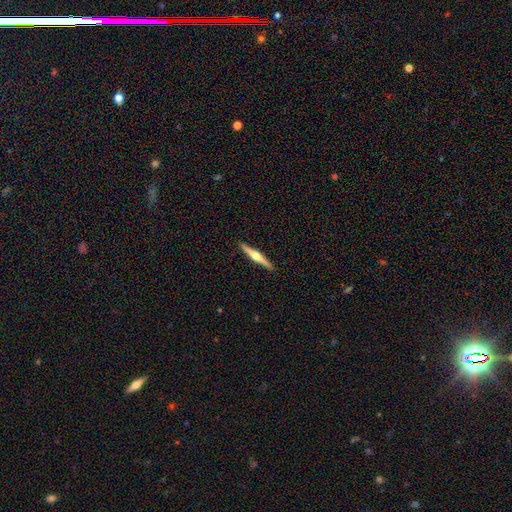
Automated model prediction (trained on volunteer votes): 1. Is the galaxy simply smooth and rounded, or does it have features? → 70% featured or disk, 25% smooth, 5% star or artifact.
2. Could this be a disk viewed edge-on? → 98% yes, 2% no.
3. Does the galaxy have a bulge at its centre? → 92% rounded, 4% boxy, 4% none.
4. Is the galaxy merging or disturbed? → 92% none, 6% minor disturbance, 1% major disturbance, 1% merger.